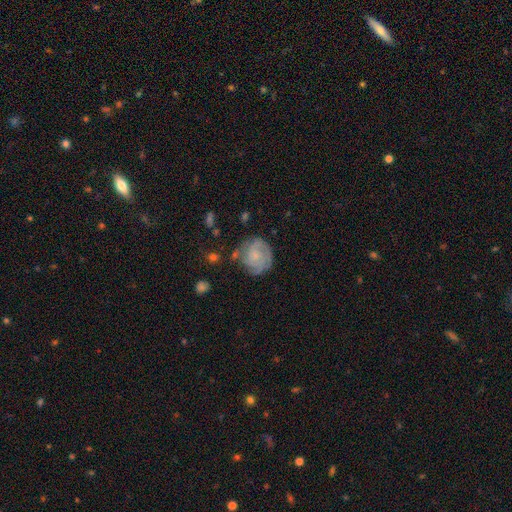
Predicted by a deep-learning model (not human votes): Smooth or featured: featured or disk — 68% (smooth — 25%)
Edge-on disk: no — 98% (yes — 2%)
Bar: no — 73% (weak — 24%)
Spiral arms: yes — 90% (no — 10%)
Spiral winding: tight — 61% (medium — 31%)
Spiral arm count: 2 — 33% (can't tell — 28%)
Bulge size: small — 54% (none — 21%)
Merging: none — 66% (minor disturbance — 21%)